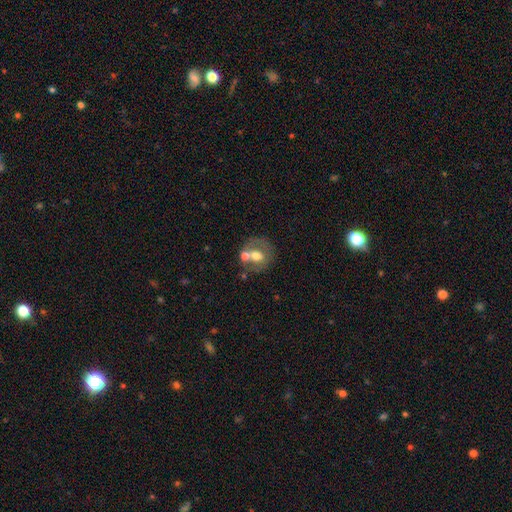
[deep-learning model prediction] Smooth or featured? Predicted: smooth (p=0.51). How rounded? Predicted: round (p=0.73). Merging? Predicted: none (p=0.50).